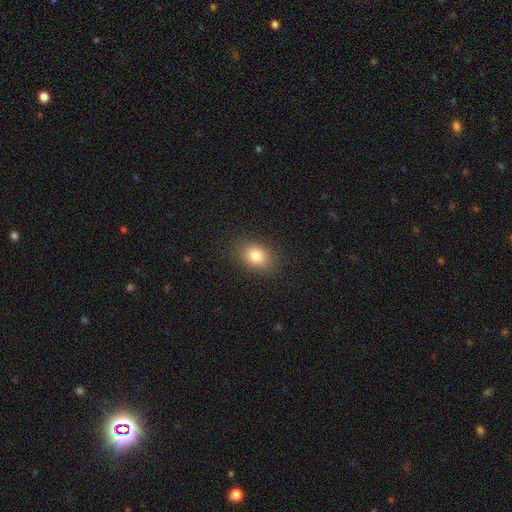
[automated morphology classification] smooth 82%, star or artifact 10%, featured or disk 8%. Down the decision tree: how rounded — in between (69%); merging — none (87%).